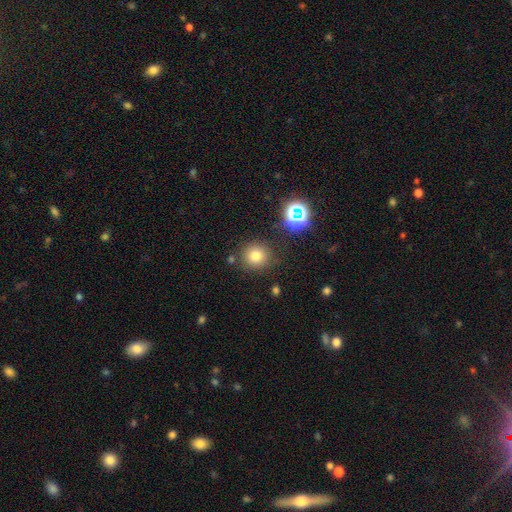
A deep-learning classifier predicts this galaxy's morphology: Overall: smooth (74%). How rounded: round (92%). Merging: none (83%).